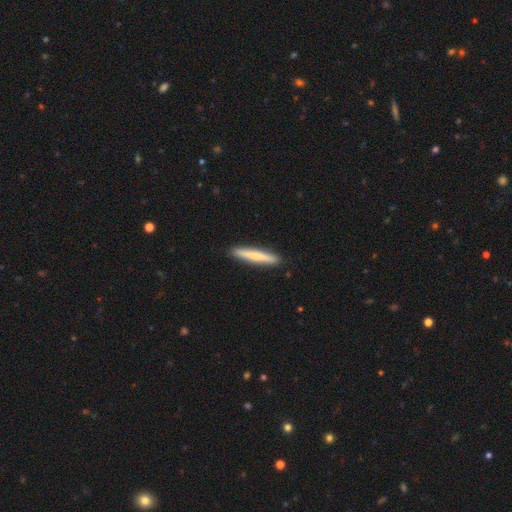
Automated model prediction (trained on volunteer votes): This is likely a smooth galaxy (69%). How rounded: clearly cigar-shaped (95%). Merging: clearly none (92%).